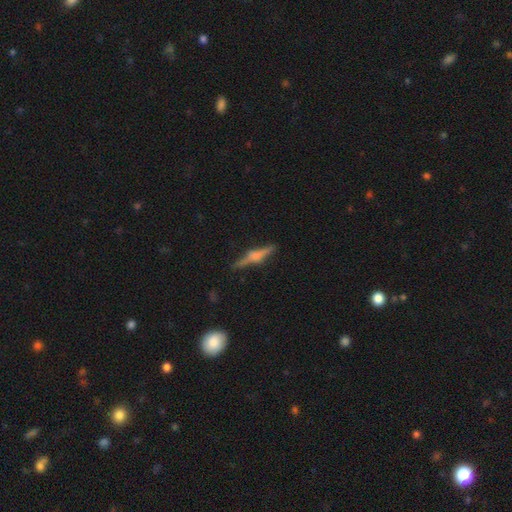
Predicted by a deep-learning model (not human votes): A featured or disk galaxy (68%) viewed edge-on (97%) with a rounded central bulge (78%). Merging: none (85%).